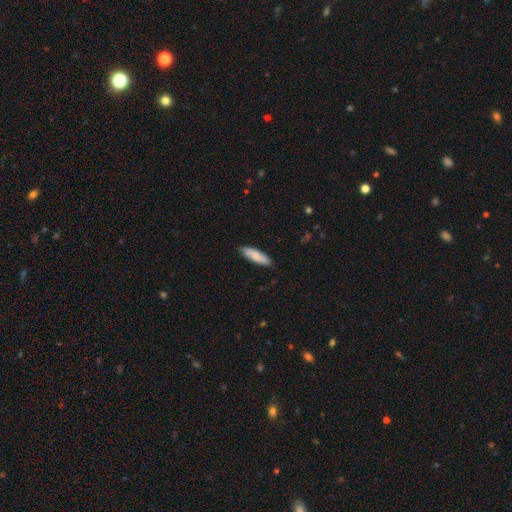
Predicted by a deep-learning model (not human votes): Smooth or featured: smooth — 82% (featured or disk — 13%)
How rounded: cigar-shaped — 61% (in between — 38%)
Merging: none — 86% (minor disturbance — 11%)